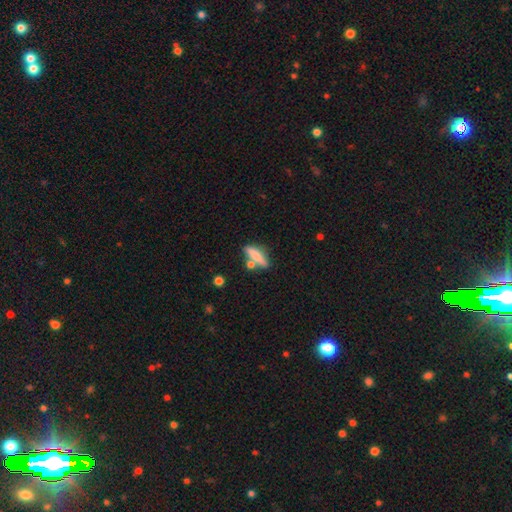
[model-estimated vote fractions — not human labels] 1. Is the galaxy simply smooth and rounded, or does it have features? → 67% smooth, 26% featured or disk, 7% star or artifact.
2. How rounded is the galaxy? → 70% cigar-shaped, 26% in between, 4% round.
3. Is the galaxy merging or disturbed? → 62% none, 19% merger, 14% minor disturbance, 5% major disturbance.